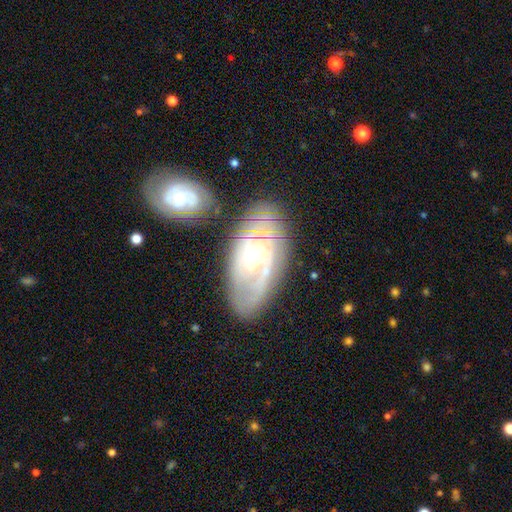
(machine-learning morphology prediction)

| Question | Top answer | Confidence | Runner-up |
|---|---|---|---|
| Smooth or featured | featured or disk | 77% | smooth (17%) |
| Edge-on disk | no | 92% | yes (8%) |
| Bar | no | 55% | weak (35%) |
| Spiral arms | yes | 82% | no (18%) |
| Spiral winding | tight | 66% | medium (25%) |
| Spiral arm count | can't tell | 53% | 2 (23%) |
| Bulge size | moderate | 61% | small (29%) |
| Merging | none | 68% | minor disturbance (17%) |